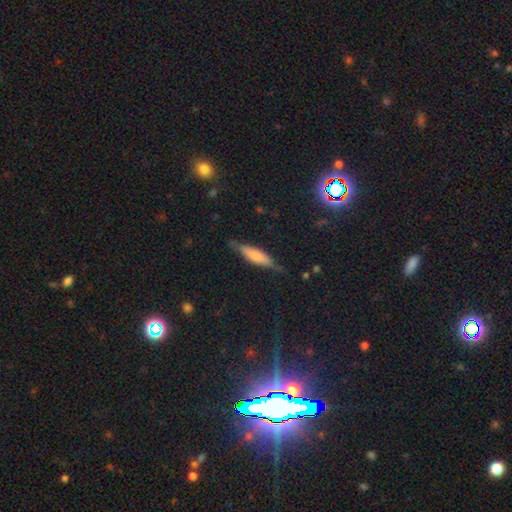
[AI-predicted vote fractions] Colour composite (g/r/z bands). It shows a smooth galaxy with no disk features (55%) that is cigar-shaped (65%). Merging: none (73%).